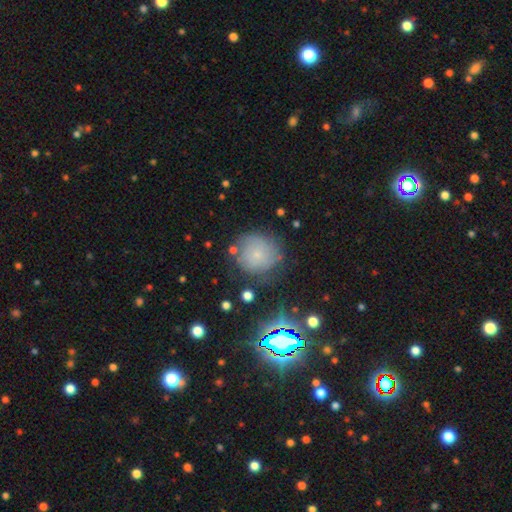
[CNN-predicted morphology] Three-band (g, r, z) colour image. It shows a smooth galaxy with no disk features (52%) that is round (90%). Merging: none (72%).